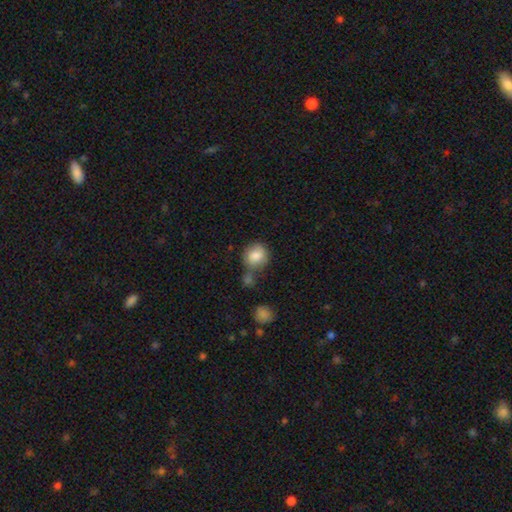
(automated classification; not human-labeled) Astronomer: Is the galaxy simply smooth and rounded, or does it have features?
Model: smooth — 83%.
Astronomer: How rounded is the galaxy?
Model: round — 84%.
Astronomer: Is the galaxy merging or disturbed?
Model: none — 58%.